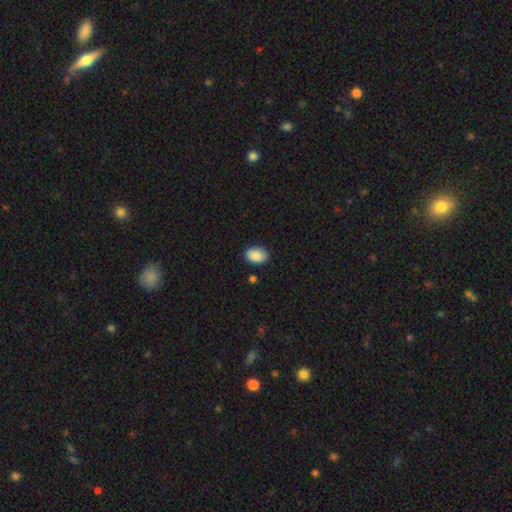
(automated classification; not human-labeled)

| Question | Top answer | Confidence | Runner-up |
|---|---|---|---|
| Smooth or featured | smooth | 89% | star or artifact (7%) |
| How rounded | in between | 86% | round (13%) |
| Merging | none | 86% | minor disturbance (10%) |